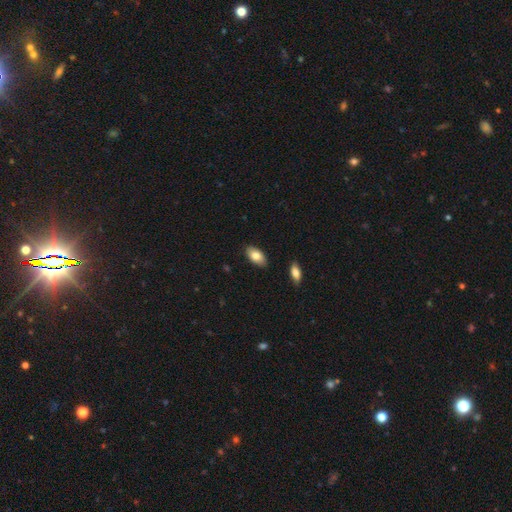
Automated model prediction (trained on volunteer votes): smooth 82%, featured or disk 12%, star or artifact 7%. Down the decision tree: how rounded — in between (93%); merging — none (86%).